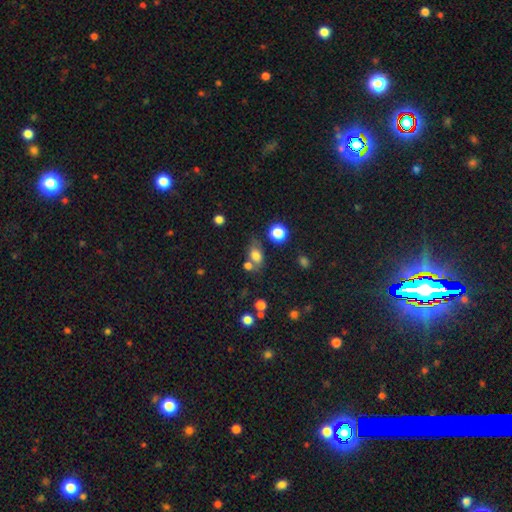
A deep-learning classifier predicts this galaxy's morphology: smooth 75%, star or artifact 14%, featured or disk 11%. Down the decision tree: how rounded — in between (72%); merging — none (50%).